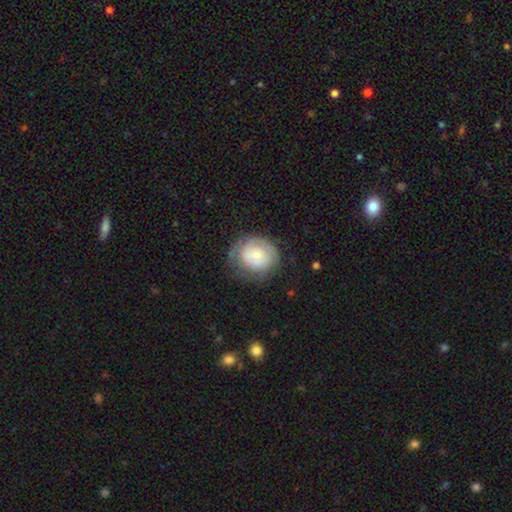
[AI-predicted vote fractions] smooth_or_featured: smooth (p=0.50) [alt: featured or disk p=0.42]
how_rounded: round (p=0.79) [alt: in between p=0.20]
merging: none (p=0.58) [alt: minor disturbance p=0.26]